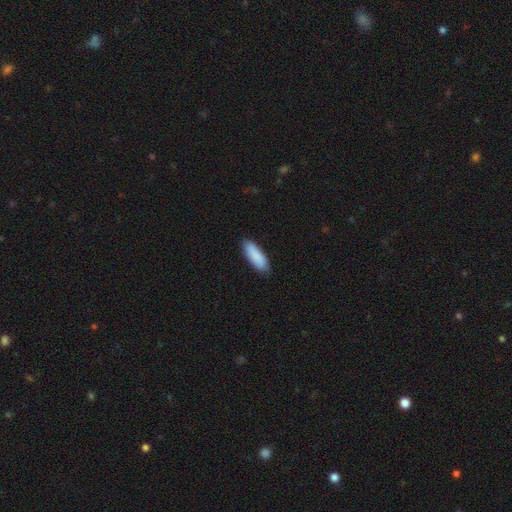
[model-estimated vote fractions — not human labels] smooth 89%, featured or disk 6%, star or artifact 5%. Down the decision tree: how rounded — in between (65%); merging — none (85%).